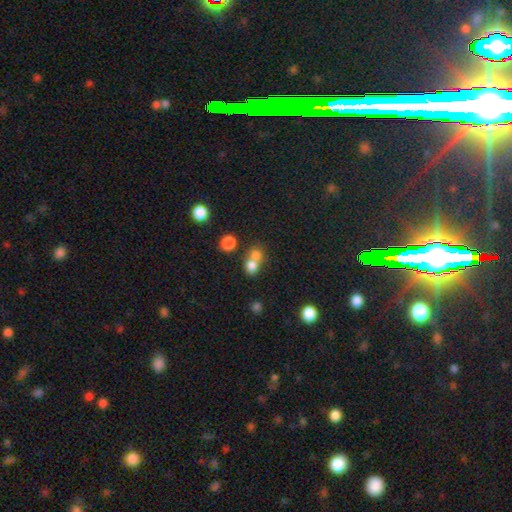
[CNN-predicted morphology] A smooth galaxy with no disk features (75%) that is round (73%). Merging: merger (57%).